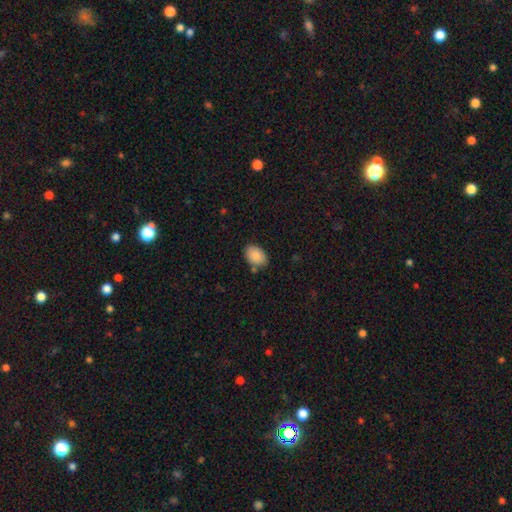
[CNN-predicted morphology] Q: Smooth or featured?
A: smooth (88%); runner-up: star or artifact (7%)
Q: How rounded?
A: in between (85%); runner-up: round (14%)
Q: Merging?
A: none (77%); runner-up: minor disturbance (15%)